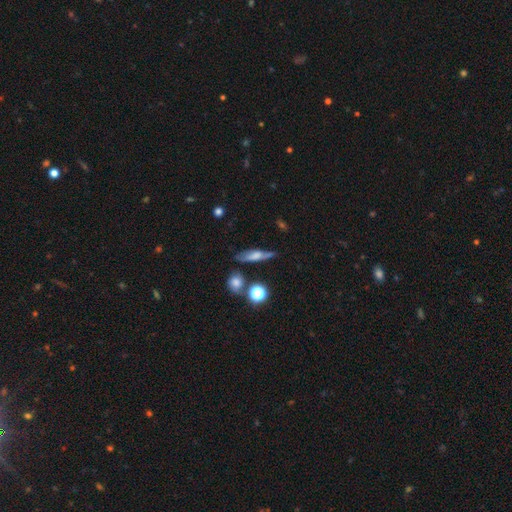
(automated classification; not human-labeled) This is possibly a smooth galaxy (48%). Merging: likely none (65%).